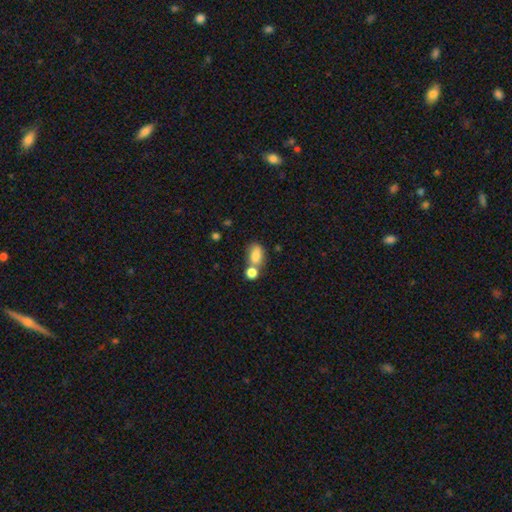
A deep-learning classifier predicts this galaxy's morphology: This appears to be a smooth galaxy with no disk features (81%) that is in between round and cigar-shaped (81%). Merging: none (45%).